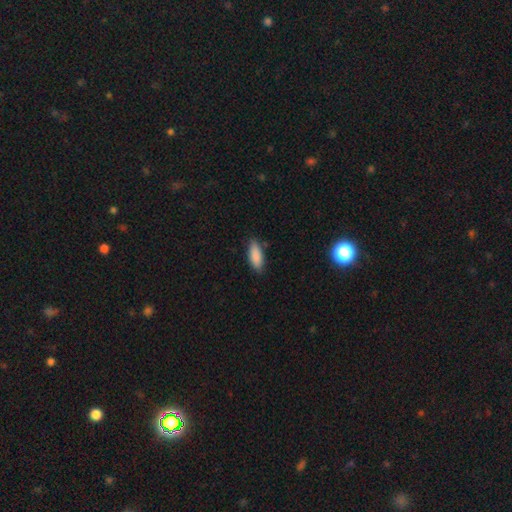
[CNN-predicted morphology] This is clearly a smooth galaxy (89%). How rounded: likely in between (78%). Merging: likely none (80%).